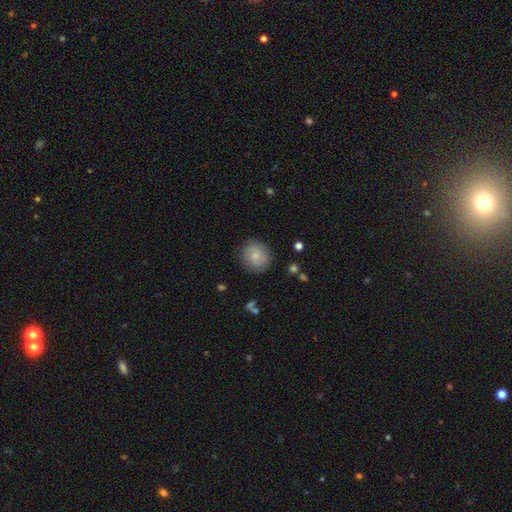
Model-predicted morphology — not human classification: This appears to be a smooth galaxy with no disk features (76%) that is round (85%). Merging: none (85%).